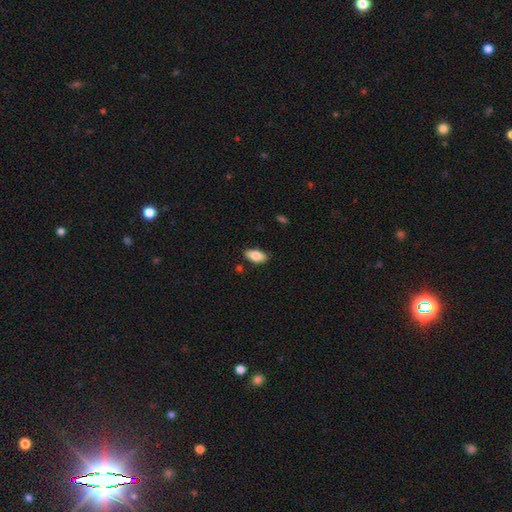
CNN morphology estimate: Smooth or featured: smooth — 82% (featured or disk — 12%)
How rounded: in between — 91% (cigar-shaped — 6%)
Merging: none — 86% (minor disturbance — 10%)